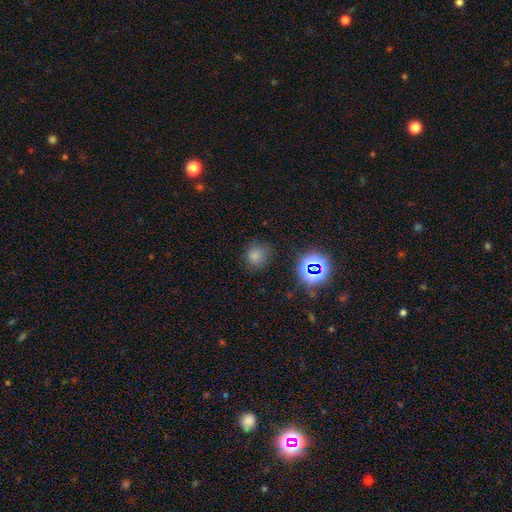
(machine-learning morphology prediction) Q: Smooth or featured?
A: smooth (72%); runner-up: star or artifact (23%)
Q: How rounded?
A: round (83%); runner-up: in between (16%)
Q: Merging?
A: none (79%); runner-up: minor disturbance (14%)